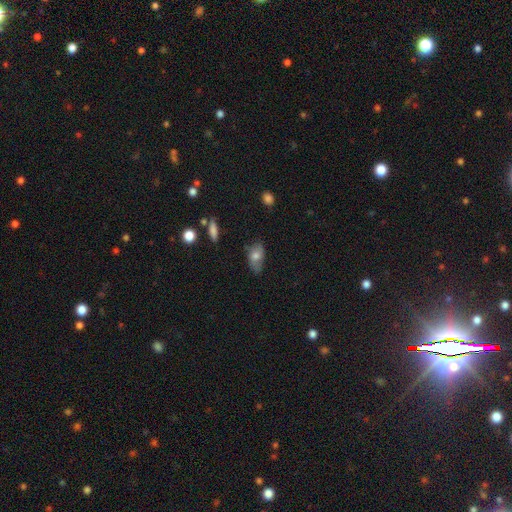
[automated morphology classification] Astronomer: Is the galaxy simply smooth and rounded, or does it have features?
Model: smooth — 66%.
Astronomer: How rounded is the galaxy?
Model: in between — 88%.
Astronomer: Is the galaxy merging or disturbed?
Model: none — 57% (runner-up: minor disturbance, 32%).